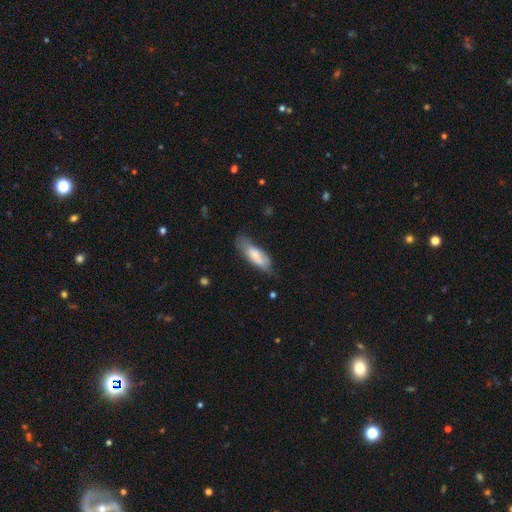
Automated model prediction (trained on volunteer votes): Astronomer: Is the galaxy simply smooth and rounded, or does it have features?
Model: smooth — 72%.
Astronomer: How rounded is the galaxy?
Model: in between — 61% (runner-up: cigar-shaped, 38%).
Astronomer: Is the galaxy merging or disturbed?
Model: none — 51% (runner-up: minor disturbance, 33%).